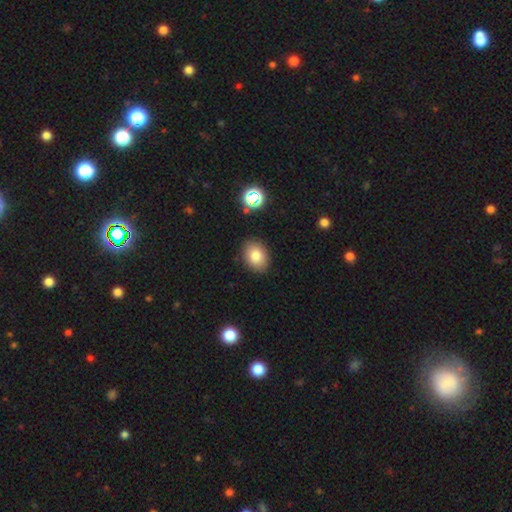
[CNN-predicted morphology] Smooth or featured?
  - smooth: 81% *
  - star or artifact: 11%
  - featured or disk: 8%
How rounded?
  - in between: 64% *
  - round: 35%
  - cigar-shaped: 1%
Merging?
  - none: 87% *
  - minor disturbance: 9%
  - major disturbance: 2%
  - merger: 2%